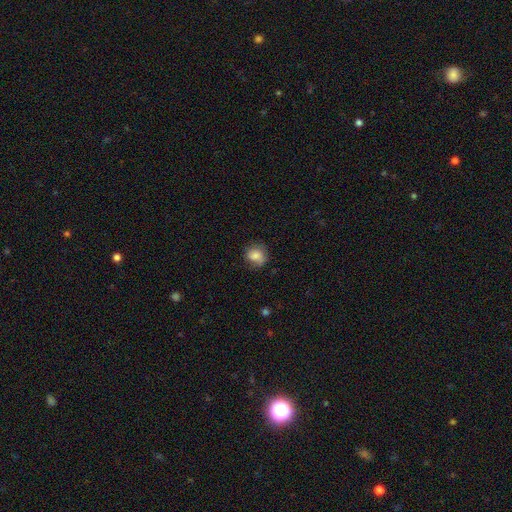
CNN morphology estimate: This is clearly a smooth galaxy (80%). How rounded: likely round (66%). Merging: likely none (68%).